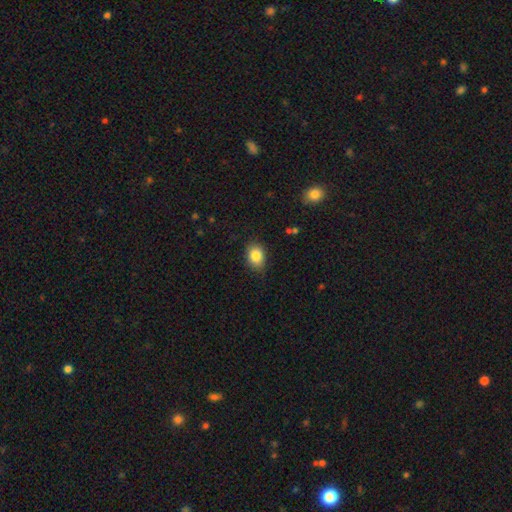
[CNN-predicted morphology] The model was most divided on "how rounded": in between: 65%, round: 34%, cigar-shaped: 1%. More confident: smooth or featured — smooth (85%); merging — none (81%).